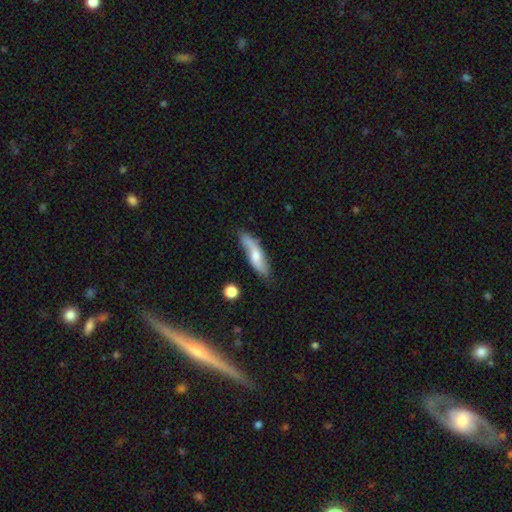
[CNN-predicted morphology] The model was most divided on "smooth or featured": featured or disk: 48%, smooth: 46%, star or artifact: 6%. More confident: merging — none (69%).